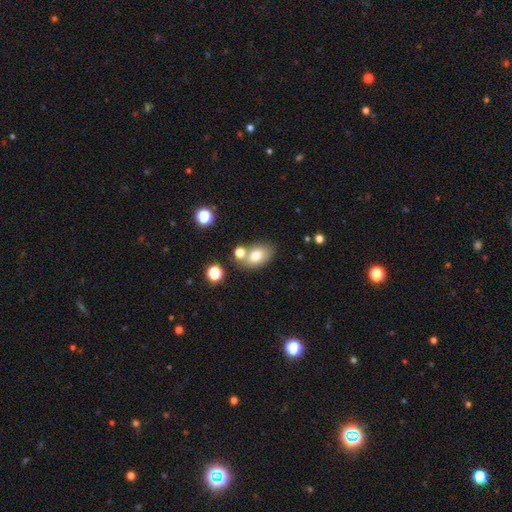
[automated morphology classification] Smooth or featured?
  - smooth: 75% *
  - featured or disk: 14%
  - star or artifact: 11%
How rounded?
  - in between: 80% *
  - round: 18%
  - cigar-shaped: 1%
Merging?
  - none: 60% *
  - merger: 22%
  - minor disturbance: 13%
  - major disturbance: 4%